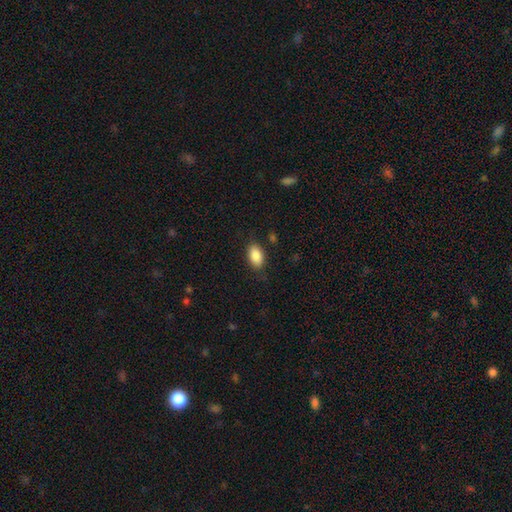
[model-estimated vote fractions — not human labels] Smooth or featured?
  - smooth: 88% *
  - star or artifact: 7%
  - featured or disk: 5%
How rounded?
  - in between: 92% *
  - round: 5%
  - cigar-shaped: 3%
Merging?
  - none: 83% *
  - minor disturbance: 12%
  - major disturbance: 3%
  - merger: 1%